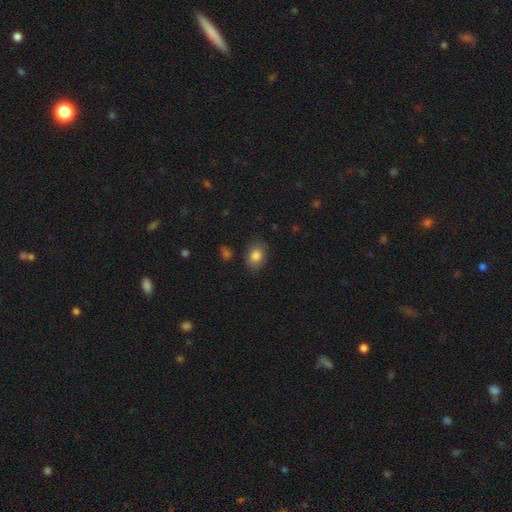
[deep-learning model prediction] Smooth or featured? smooth (83%)
How rounded? in between (71%)
Merging? none (81%)